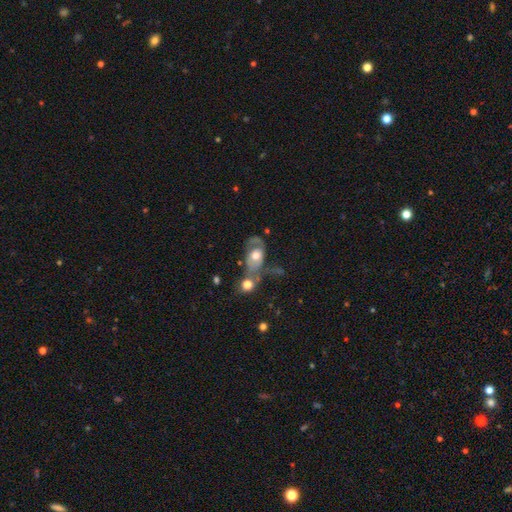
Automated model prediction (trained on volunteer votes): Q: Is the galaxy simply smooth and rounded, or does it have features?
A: featured or disk — 51%.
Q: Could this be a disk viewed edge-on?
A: no — 92%.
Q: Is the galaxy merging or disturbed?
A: merger — 37%.